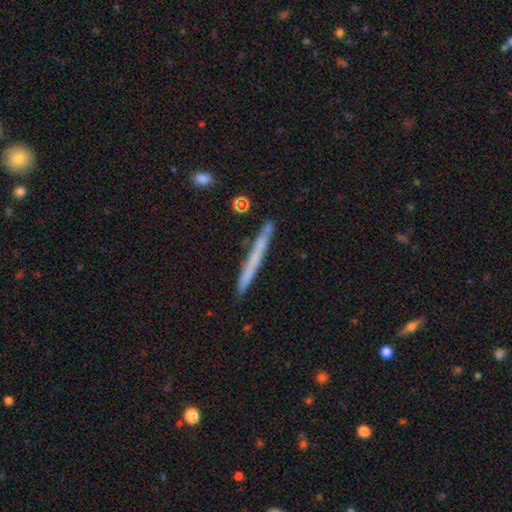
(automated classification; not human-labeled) Smooth or featured: smooth — 53% (featured or disk — 41%)
How rounded: cigar-shaped — 97% (in between — 2%)
Merging: none — 86% (minor disturbance — 10%)